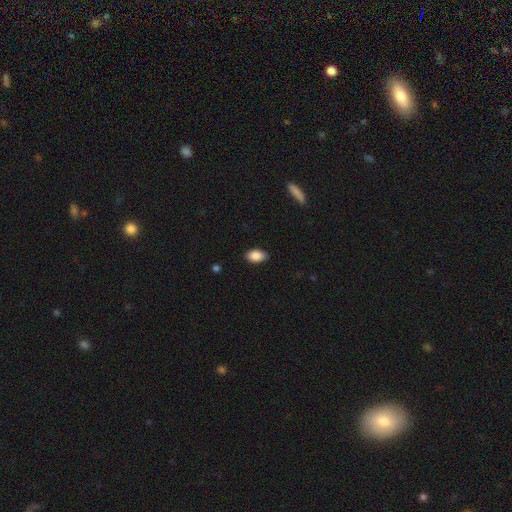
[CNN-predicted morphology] The model was most divided on "merging": none: 87%, minor disturbance: 10%, major disturbance: 2%, merger: 1%. More confident: how rounded — in between (93%); smooth or featured — smooth (88%).